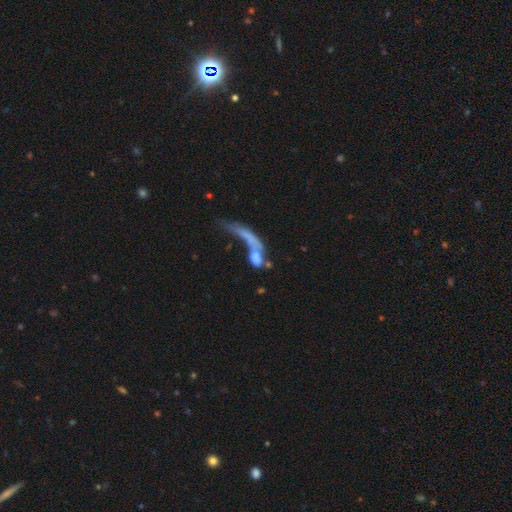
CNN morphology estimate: This appears to be a smooth galaxy with no disk features (51%) that is in between round and cigar-shaped (51%). Merging: merger (43%).